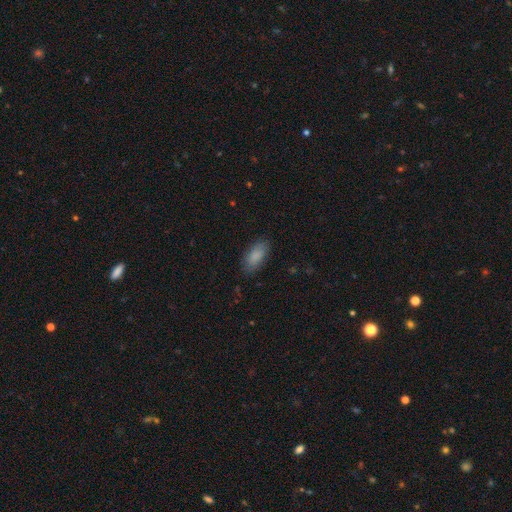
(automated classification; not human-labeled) Smooth or featured? Predicted: smooth (p=0.88). How rounded? Predicted: in between (p=0.89). Merging? Predicted: none (p=0.83).